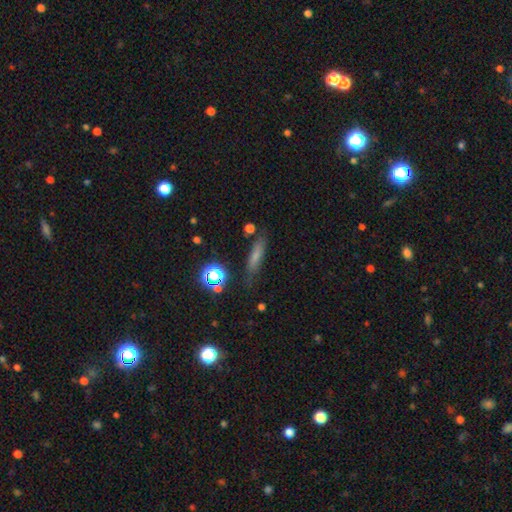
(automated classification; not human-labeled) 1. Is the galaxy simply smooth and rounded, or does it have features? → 64% smooth, 19% featured or disk, 17% star or artifact.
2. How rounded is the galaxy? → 71% cigar-shaped, 23% in between, 6% round.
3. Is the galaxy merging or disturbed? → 73% none, 18% minor disturbance, 5% major disturbance, 4% merger.